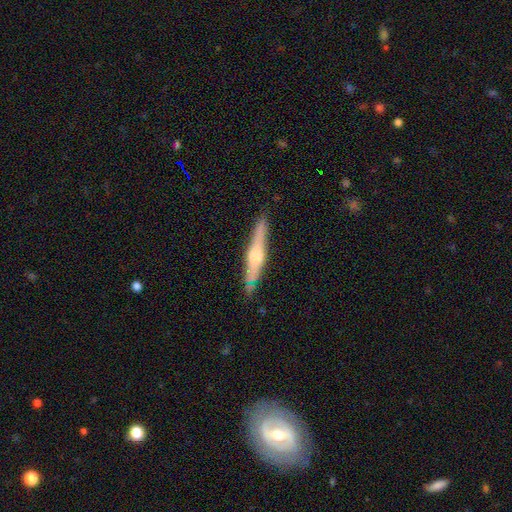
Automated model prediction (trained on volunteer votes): Overall: featured or disk (62%; smooth 32%). Edge-on disk: yes (95%). Edge-on bulge: rounded (81%). Merging: none (82%).